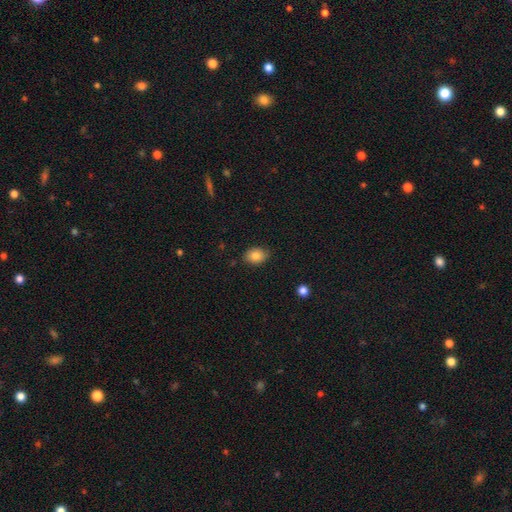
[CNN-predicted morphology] A smooth galaxy with no disk features (84%) that is in between round and cigar-shaped (68%). Merging: none (82%).